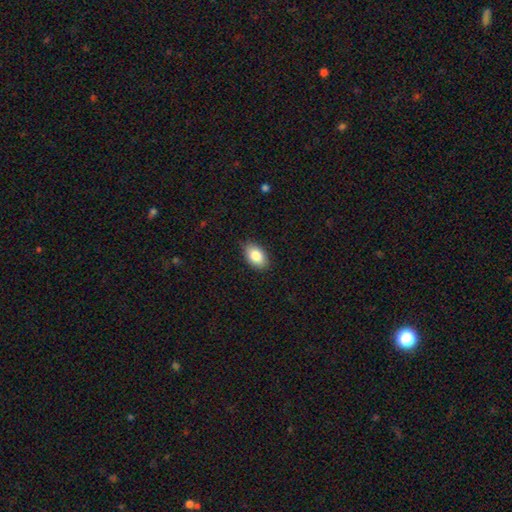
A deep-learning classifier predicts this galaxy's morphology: Smooth or featured?
  - smooth: 85% *
  - featured or disk: 8%
  - star or artifact: 7%
How rounded?
  - in between: 90% *
  - round: 9%
  - cigar-shaped: 1%
Merging?
  - none: 85% *
  - minor disturbance: 12%
  - major disturbance: 2%
  - merger: 1%